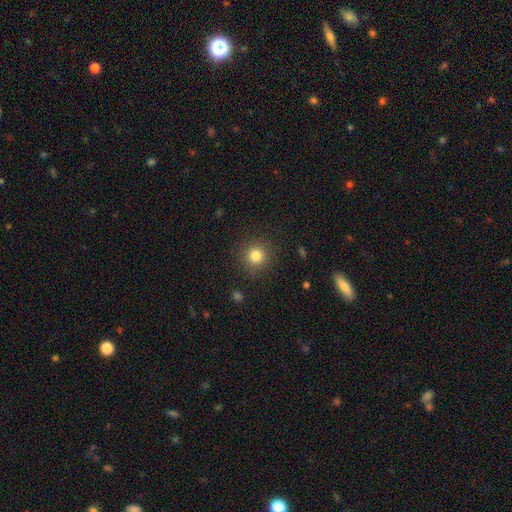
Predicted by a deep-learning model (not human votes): Smooth or featured? Predicted: smooth (p=0.81). How rounded? Predicted: round (p=0.93). Merging? Predicted: none (p=0.89).